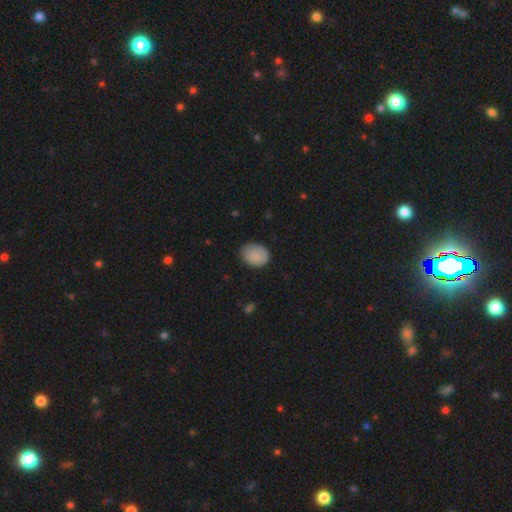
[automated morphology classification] Smooth or featured: smooth — 87% (star or artifact — 7%)
How rounded: in between — 59% (round — 40%)
Merging: none — 77% (minor disturbance — 19%)